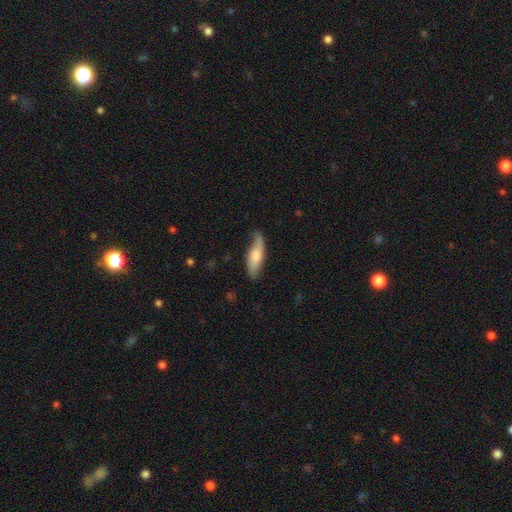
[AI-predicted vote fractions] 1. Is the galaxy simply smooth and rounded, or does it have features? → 62% smooth, 32% featured or disk, 5% star or artifact.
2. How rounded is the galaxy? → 51% in between, 47% cigar-shaped, 2% round.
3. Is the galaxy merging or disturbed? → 60% none, 30% minor disturbance, 8% major disturbance, 2% merger.